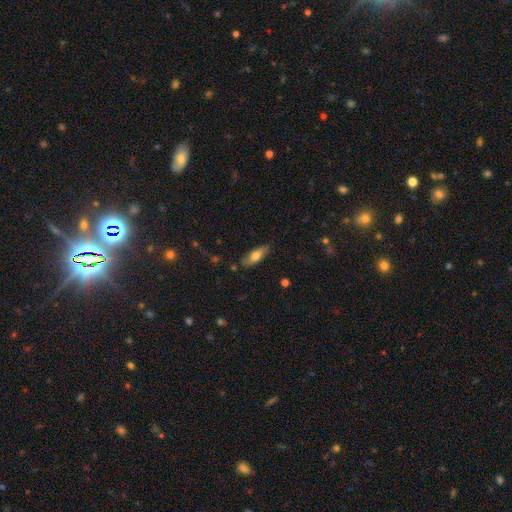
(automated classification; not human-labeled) Smooth or featured? Predicted: smooth (p=0.68). How rounded? Predicted: in between (p=0.64). Merging? Predicted: none (p=0.84).